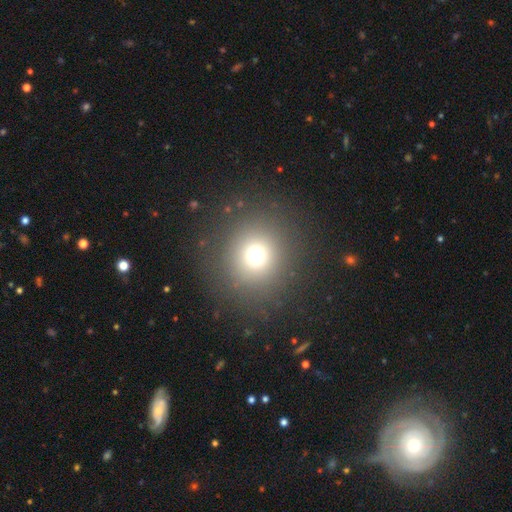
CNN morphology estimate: smooth_or_featured: smooth (p=0.68) [alt: star or artifact p=0.23]
how_rounded: round (p=0.92) [alt: in between p=0.07]
merging: none (p=0.86) [alt: minor disturbance p=0.07]